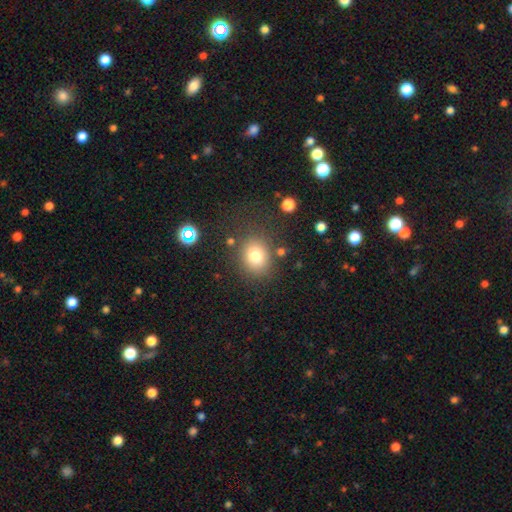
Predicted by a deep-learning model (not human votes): smooth 78%, star or artifact 12%, featured or disk 10%. Down the decision tree: how rounded — round (59%); merging — none (77%).